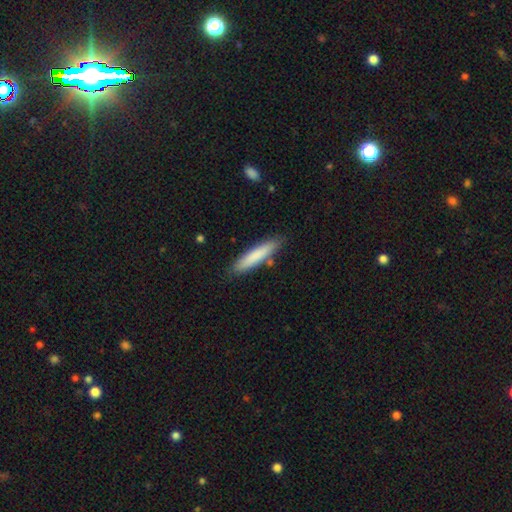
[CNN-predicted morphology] smooth 80%, featured or disk 14%, star or artifact 6%. Down the decision tree: how rounded — cigar-shaped (87%); merging — none (85%).